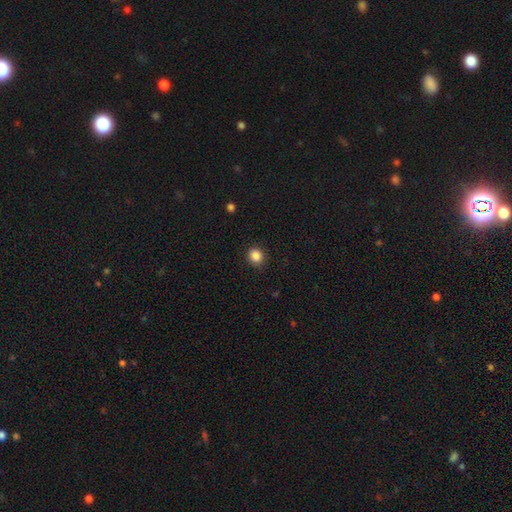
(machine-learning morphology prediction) The model was most divided on "how rounded": round: 81%, in between: 18%, cigar-shaped: 1%. More confident: merging — none (89%); smooth or featured — smooth (87%).